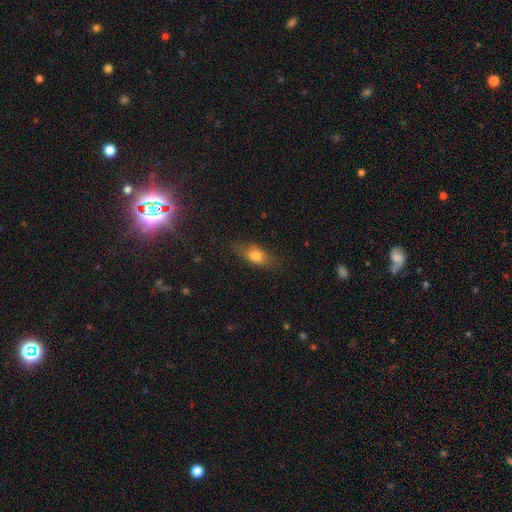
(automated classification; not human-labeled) Q: Smooth or featured?
A: smooth (73%); runner-up: featured or disk (18%)
Q: How rounded?
A: in between (73%); runner-up: cigar-shaped (18%)
Q: Merging?
A: none (73%); runner-up: minor disturbance (19%)